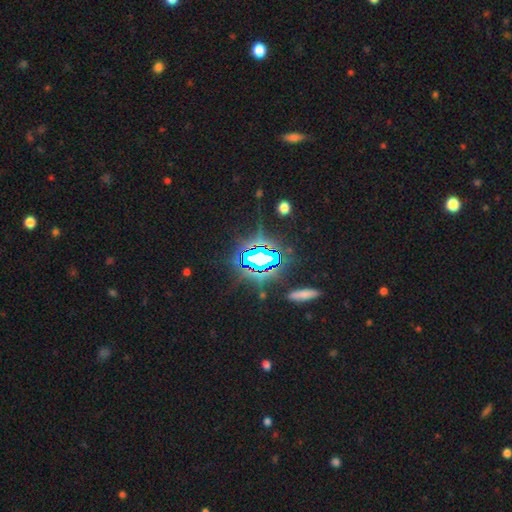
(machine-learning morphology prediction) type=star or artifact (76%).